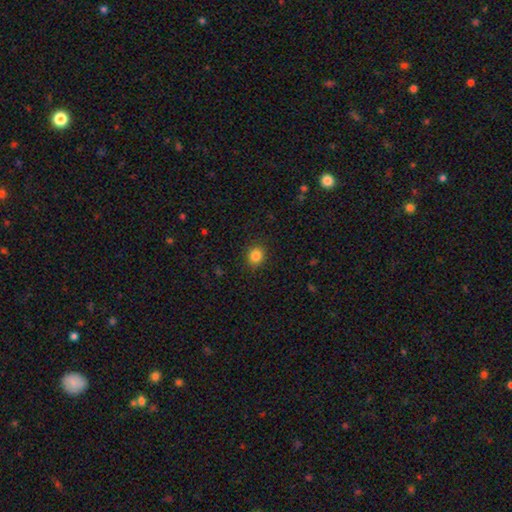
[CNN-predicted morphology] Smooth or featured?
  - smooth: 84% *
  - star or artifact: 11%
  - featured or disk: 5%
How rounded?
  - round: 76% *
  - in between: 23%
  - cigar-shaped: 1%
Merging?
  - none: 89% *
  - minor disturbance: 8%
  - major disturbance: 2%
  - merger: 1%